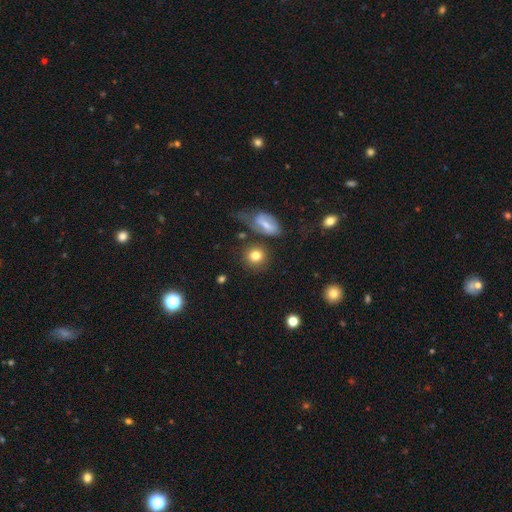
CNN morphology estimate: The model was most divided on "merging": none: 70%, minor disturbance: 12%, merger: 11%, major disturbance: 7%. More confident: how rounded — round (83%); smooth or featured — smooth (79%).